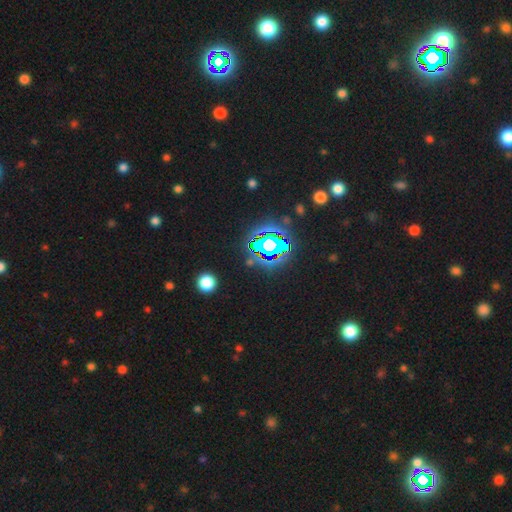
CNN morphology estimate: Overall: star or artifact (84%).